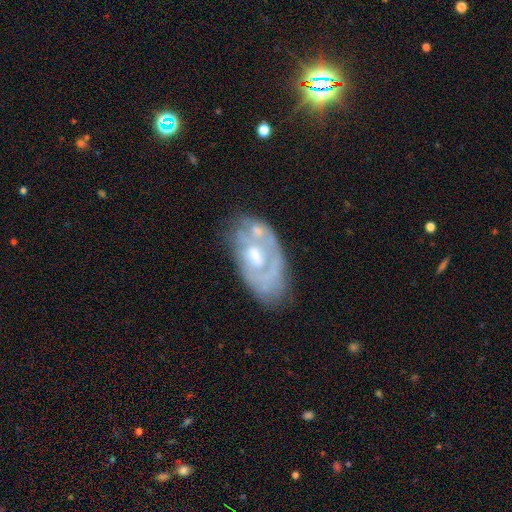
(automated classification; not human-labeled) Smooth or featured? Predicted: featured or disk (p=0.70). Edge-on disk? Predicted: no (p=0.95). Bar? Predicted: no (p=0.67). Spiral arms? Predicted: yes (p=0.57). Bulge size? Predicted: moderate (p=0.51). Merging? Predicted: none (p=0.54).